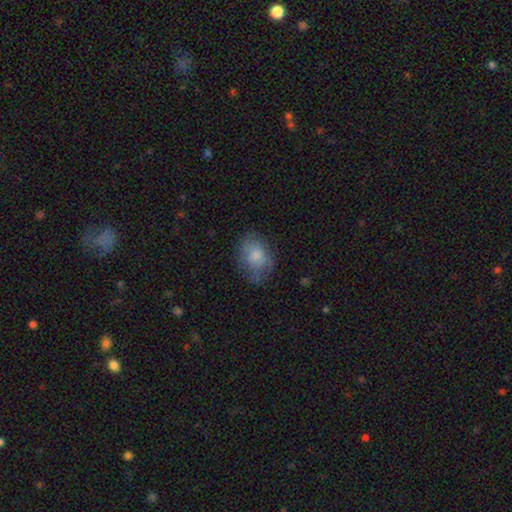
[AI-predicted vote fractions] Smooth or featured?
  - smooth: 75% *
  - featured or disk: 17%
  - star or artifact: 8%
How rounded?
  - in between: 72% *
  - round: 27%
  - cigar-shaped: 1%
Merging?
  - none: 61% *
  - minor disturbance: 26%
  - major disturbance: 11%
  - merger: 1%